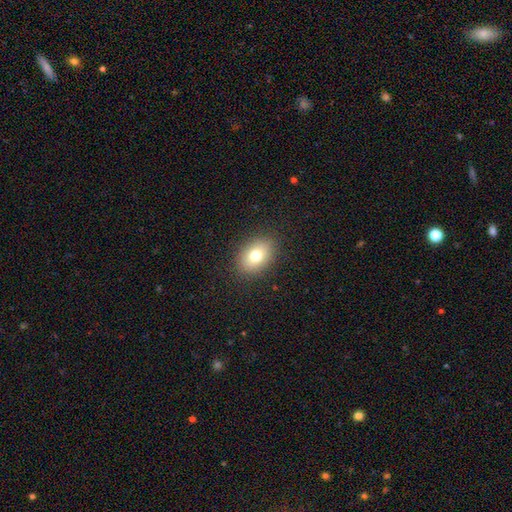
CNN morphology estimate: This appears to be a smooth galaxy with no disk features (76%) that is in between round and cigar-shaped (76%). Merging: none (88%).